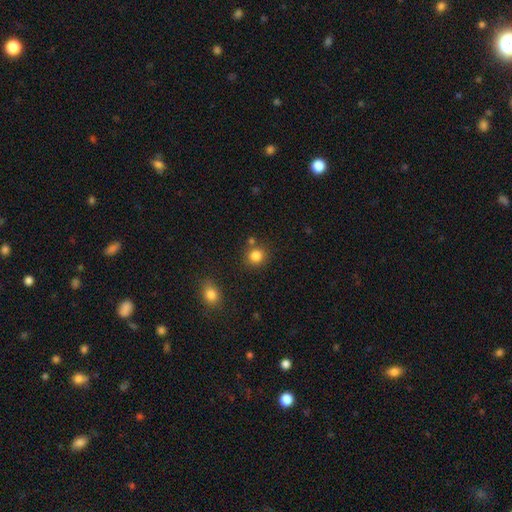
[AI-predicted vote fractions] Q: Smooth or featured?
A: smooth (84%); runner-up: star or artifact (11%)
Q: How rounded?
A: round (85%); runner-up: in between (14%)
Q: Merging?
A: none (79%); runner-up: minor disturbance (9%)